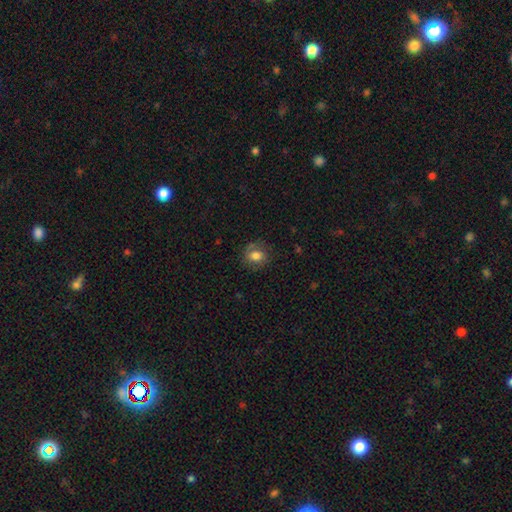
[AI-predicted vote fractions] This is likely a smooth galaxy (76%). How rounded: likely round (62%). Merging: likely none (75%).